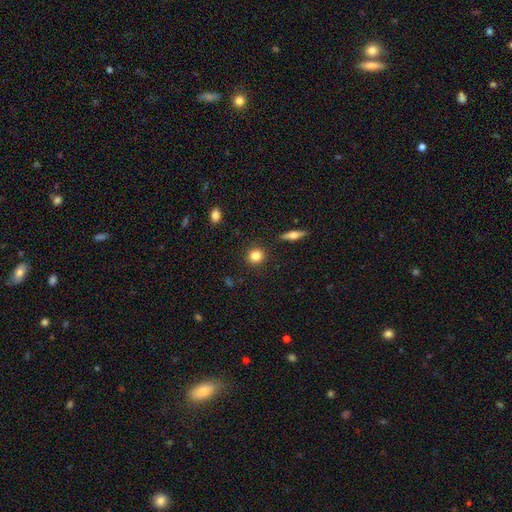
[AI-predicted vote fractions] This is clearly a smooth galaxy (83%). How rounded: clearly round (89%). Merging: clearly none (90%).